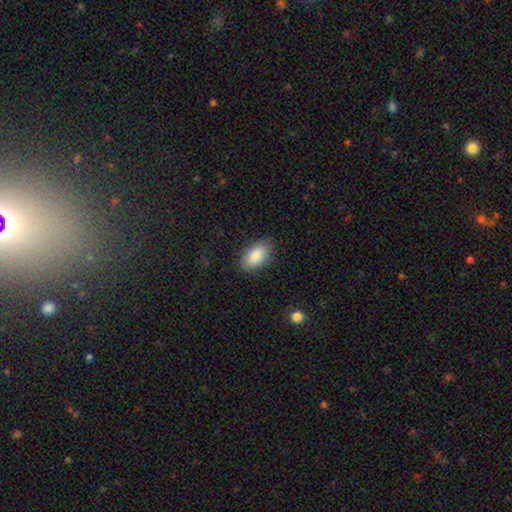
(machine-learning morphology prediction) Smooth or featured? Predicted: smooth (p=0.89). How rounded? Predicted: in between (p=0.94). Merging? Predicted: none (p=0.85).